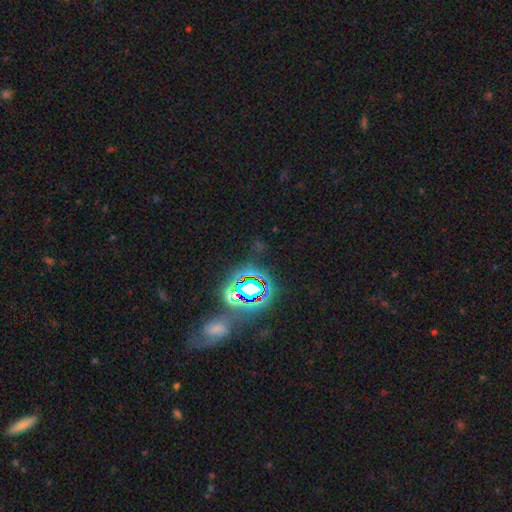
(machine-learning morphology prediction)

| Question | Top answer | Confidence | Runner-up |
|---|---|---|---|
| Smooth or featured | star or artifact | 74% | smooth (15%) |